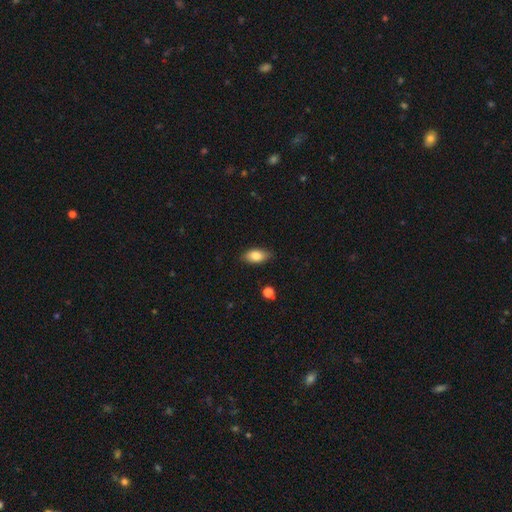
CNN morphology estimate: A smooth galaxy with no disk features (82%) that is in between round and cigar-shaped (89%).

Vote fractions:
- Smooth or featured? smooth: 82% / featured or disk: 11% / star or artifact: 7%
- How rounded? in between: 89% / cigar-shaped: 6% / round: 5%
- Merging? none: 84% / minor disturbance: 12% / major disturbance: 2% / merger: 1%